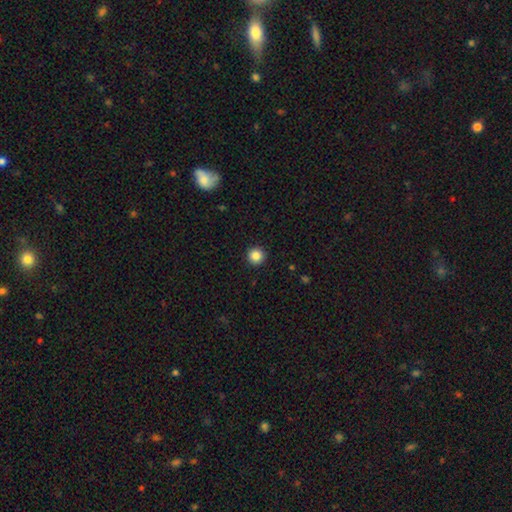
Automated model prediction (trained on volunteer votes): This appears to be a smooth galaxy with no disk features (85%) that is round (96%). Merging: none (93%).